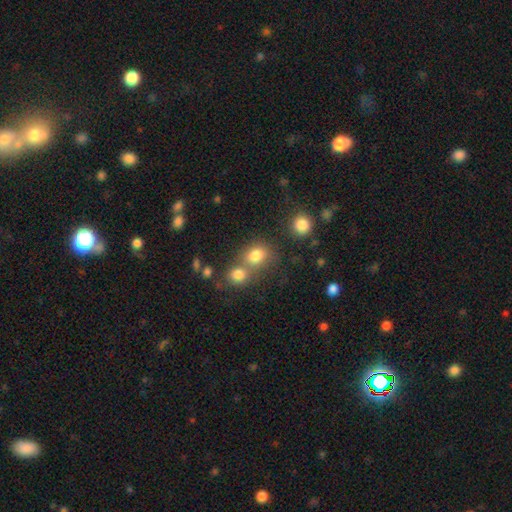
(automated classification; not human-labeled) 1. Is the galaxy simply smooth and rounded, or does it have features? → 79% smooth, 13% star or artifact, 8% featured or disk.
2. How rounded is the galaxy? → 58% round, 41% in between, 1% cigar-shaped.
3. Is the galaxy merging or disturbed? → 43% none (tied), 43% merger (tied), 9% minor disturbance, 5% major disturbance.